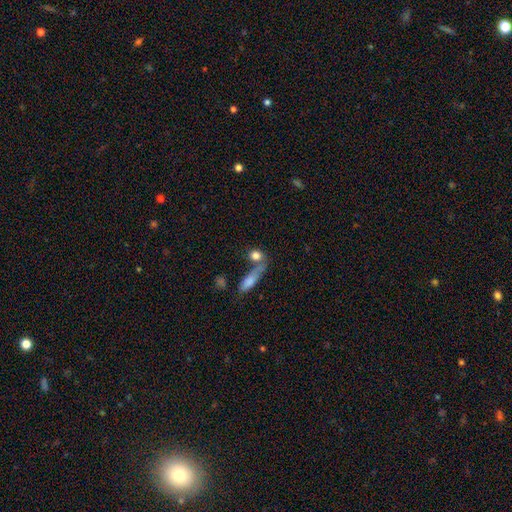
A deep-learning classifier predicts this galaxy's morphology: Smooth or featured? smooth (80%)
How rounded? round (54%)
Merging? none (48%)